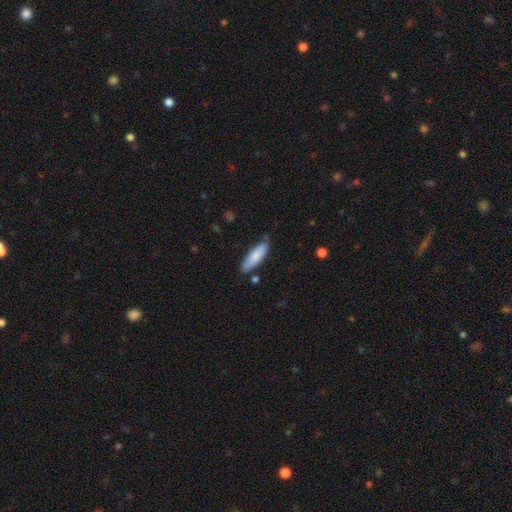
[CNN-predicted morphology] Overall: smooth (82%). How rounded: cigar-shaped (57%; in between 41%). Merging: none (78%).